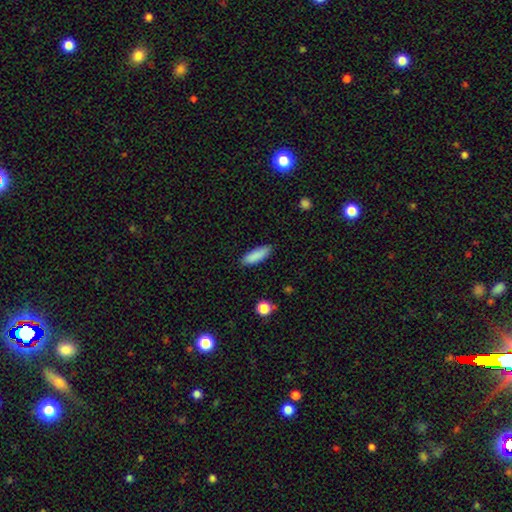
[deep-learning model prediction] The model was most divided on "how rounded": in between: 55%, cigar-shaped: 43%, round: 2%. More confident: smooth or featured — smooth (88%); merging — none (85%).